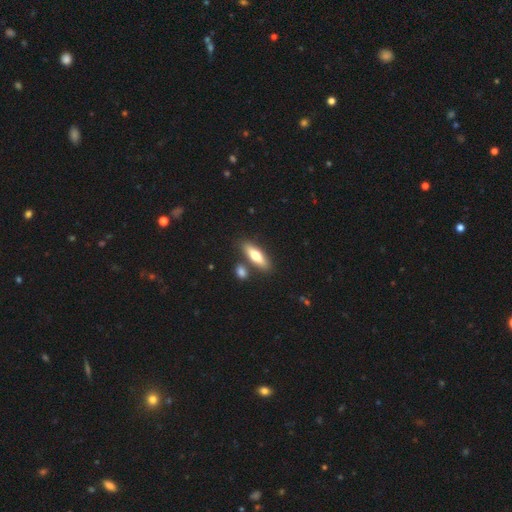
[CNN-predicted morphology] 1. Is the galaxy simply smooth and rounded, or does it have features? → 64% smooth, 30% featured or disk, 6% star or artifact.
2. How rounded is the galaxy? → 50% cigar-shaped, 48% in between, 3% round.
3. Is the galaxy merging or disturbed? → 76% none, 12% merger, 9% minor disturbance, 2% major disturbance.